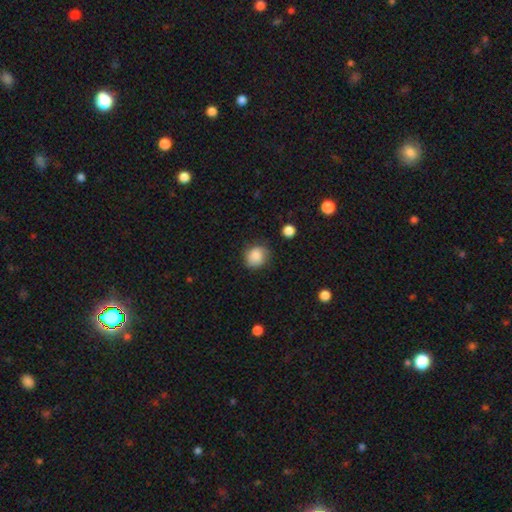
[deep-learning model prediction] smooth 84%, star or artifact 9%, featured or disk 7%. Down the decision tree: how rounded — round (80%); merging — none (73%).